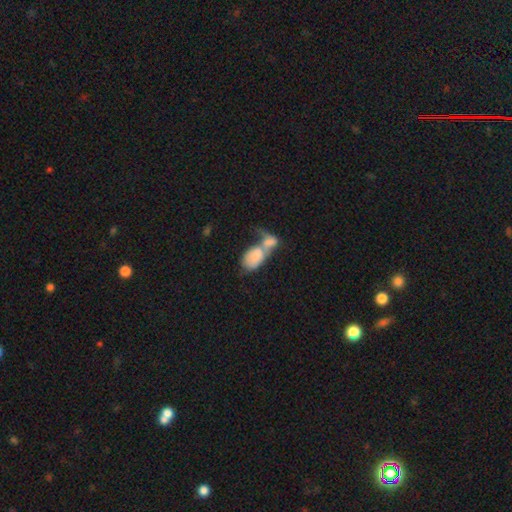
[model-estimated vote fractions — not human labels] smooth 74%, featured or disk 19%, star or artifact 7%. Down the decision tree: how rounded — in between (88%); merging — merger (73%).